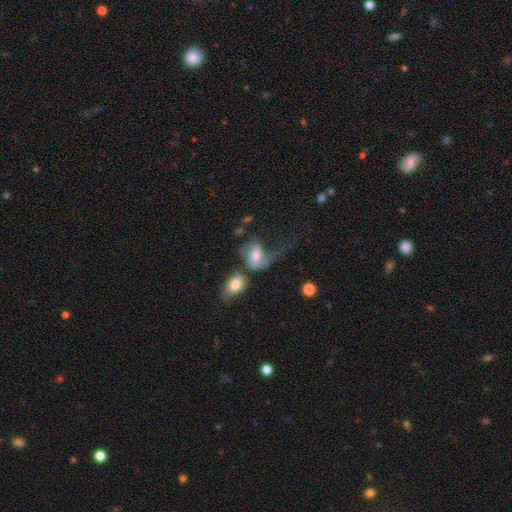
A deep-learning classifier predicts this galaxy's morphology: smooth-or-featured: featured or disk: 48% | smooth: 43% | star or artifact: 9%
  merging: major disturbance: 39% | merger: 31% | none: 18% | minor disturbance: 12%